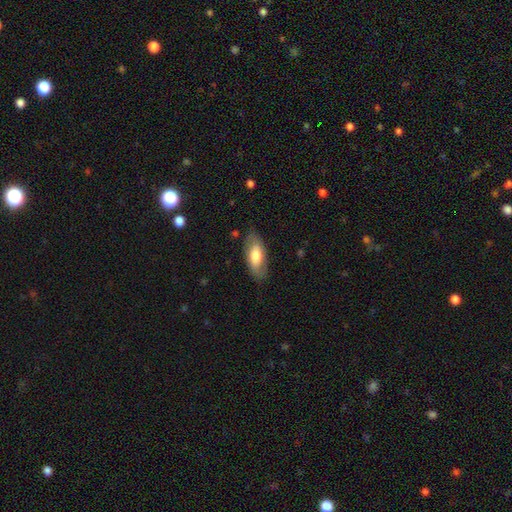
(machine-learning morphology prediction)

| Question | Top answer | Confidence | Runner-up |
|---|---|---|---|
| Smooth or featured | smooth | 65% | featured or disk (29%) |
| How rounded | in between | 86% | cigar-shaped (12%) |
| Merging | none | 79% | minor disturbance (16%) |